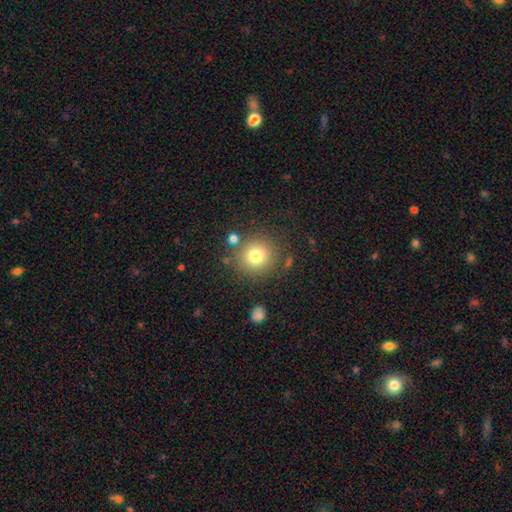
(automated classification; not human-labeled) Morphology: type=smooth (78%); roundness=round (92%); merging=none (82%).